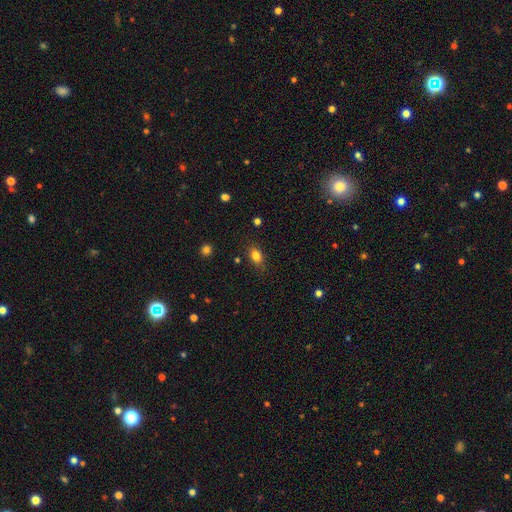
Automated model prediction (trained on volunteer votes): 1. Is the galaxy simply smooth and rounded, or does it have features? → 83% smooth, 10% star or artifact, 7% featured or disk.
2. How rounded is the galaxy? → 80% in between, 17% round, 3% cigar-shaped.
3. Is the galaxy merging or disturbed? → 78% none, 16% minor disturbance, 4% major disturbance, 2% merger.